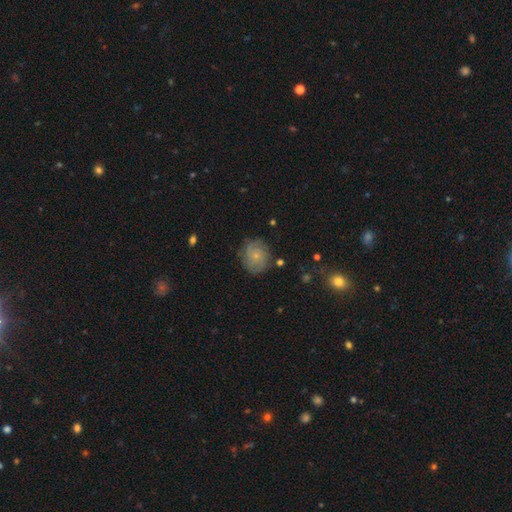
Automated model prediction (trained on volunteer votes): Smooth or featured? smooth (47%)
Merging? none (76%)